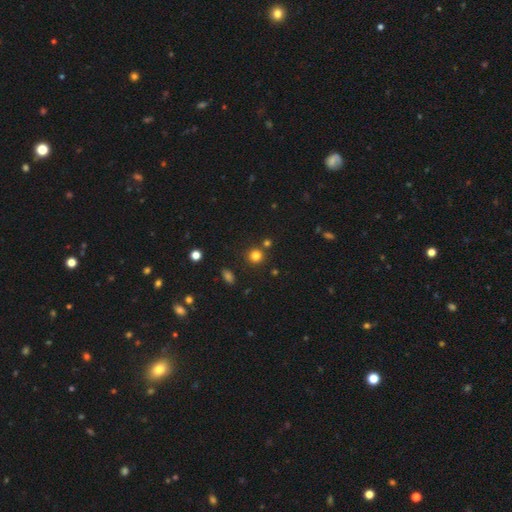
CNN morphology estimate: This appears to be a smooth galaxy with no disk features (79%) that is round (91%). Merging: none (81%).